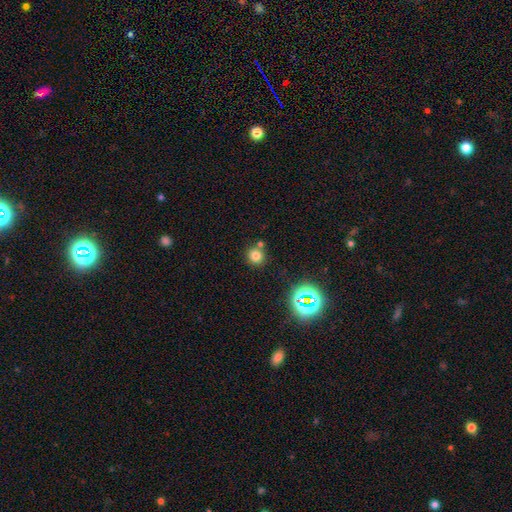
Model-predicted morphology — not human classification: A smooth galaxy with no disk features (74%) that is round (91%). Merging: none (74%).